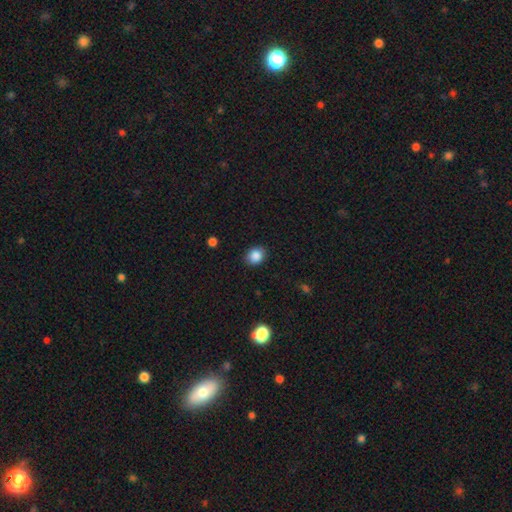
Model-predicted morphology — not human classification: smooth 87%, star or artifact 10%, featured or disk 4%. Down the decision tree: how rounded — round (62%); merging — none (87%).